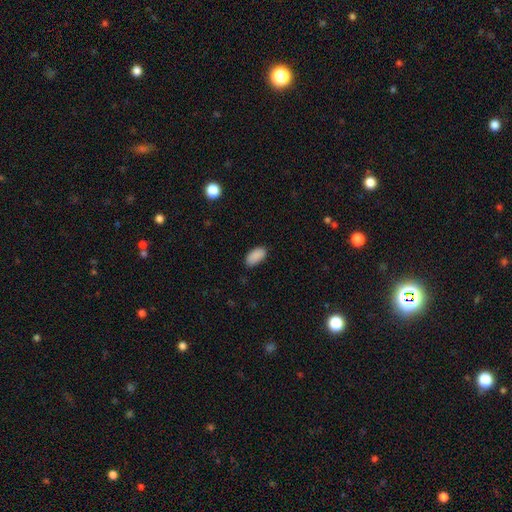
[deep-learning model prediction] Morphology: type=smooth (89%); roundness=in between (94%); merging=none (83%).